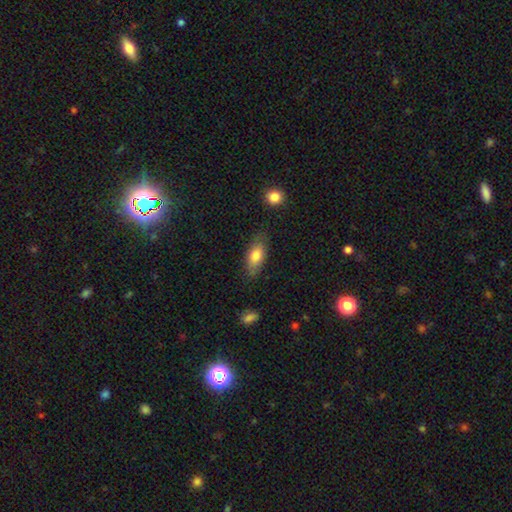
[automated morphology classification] Q: Smooth or featured?
A: smooth (77%); runner-up: featured or disk (16%)
Q: How rounded?
A: in between (84%); runner-up: cigar-shaped (12%)
Q: Merging?
A: none (74%); runner-up: minor disturbance (20%)